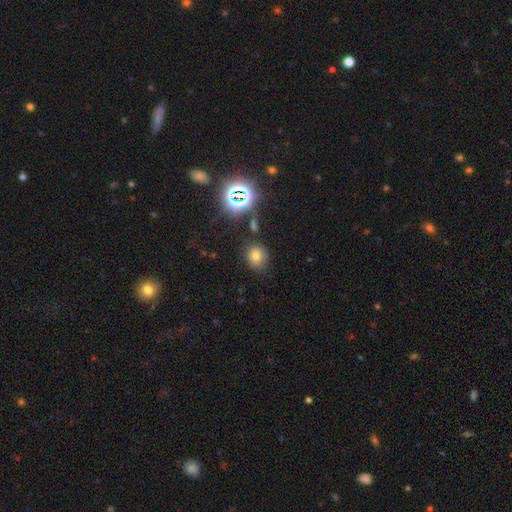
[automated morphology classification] smooth-or-featured: smooth: 65% | star or artifact: 26% | featured or disk: 9%
  how-rounded: round: 58% | in between: 41% | cigar-shaped: 1%
  merging: none: 78% | minor disturbance: 14% | major disturbance: 4% | merger: 4%